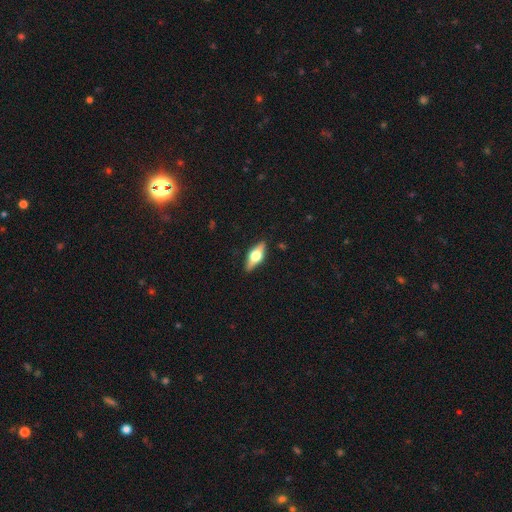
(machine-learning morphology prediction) The model was most divided on "smooth or featured": featured or disk: 60%, smooth: 33%, star or artifact: 7%. More confident: edge-on bulge — rounded (95%); edge-on disk — yes (94%); merging — none (87%).